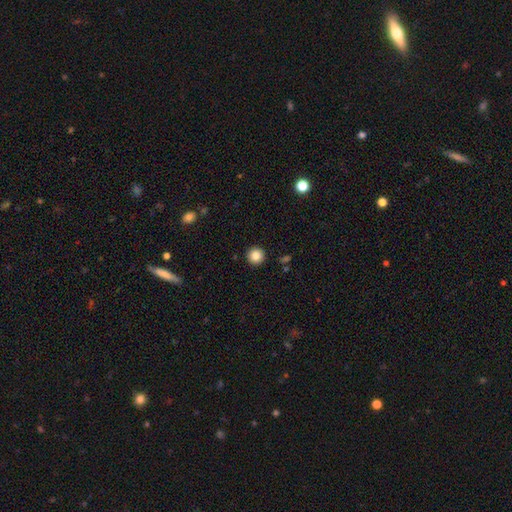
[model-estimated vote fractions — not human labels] The model was most divided on "smooth or featured": smooth: 85%, star or artifact: 10%, featured or disk: 5%. More confident: how rounded — round (96%); merging — none (93%).